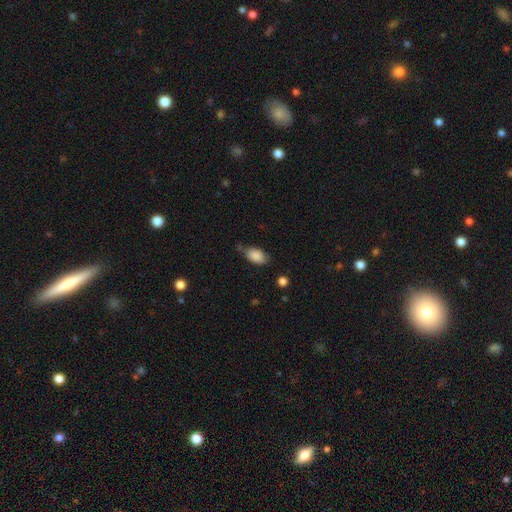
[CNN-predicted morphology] smooth 87%, star or artifact 7%, featured or disk 6%. Down the decision tree: how rounded — in between (92%); merging — none (64%).